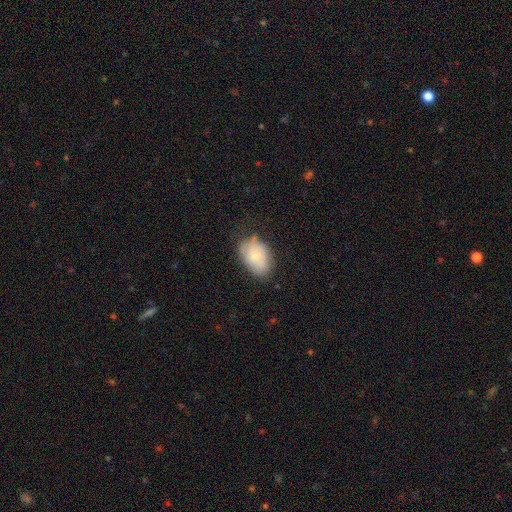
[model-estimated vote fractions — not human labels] A smooth galaxy with no disk features (67%) that is in between round and cigar-shaped (85%).

Vote fractions:
- Smooth or featured? smooth: 67% / featured or disk: 26% / star or artifact: 7%
- How rounded? in between: 85% / round: 14% / cigar-shaped: 1%
- Merging? none: 59% / minor disturbance: 31% / major disturbance: 8% / merger: 2%